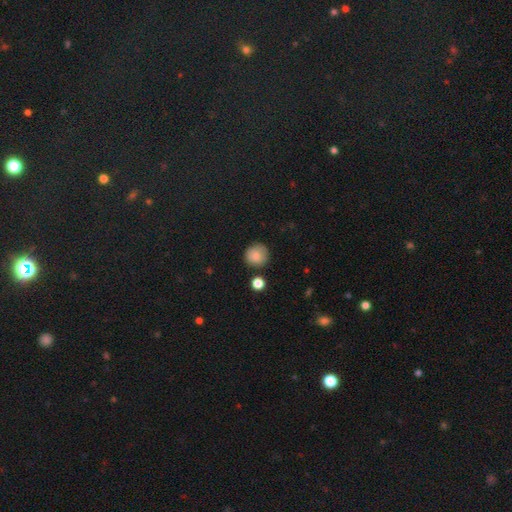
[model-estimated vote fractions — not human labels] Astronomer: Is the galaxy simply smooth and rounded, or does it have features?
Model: smooth — 86%.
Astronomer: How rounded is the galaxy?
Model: round — 91%.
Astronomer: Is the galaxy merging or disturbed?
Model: none — 79%.